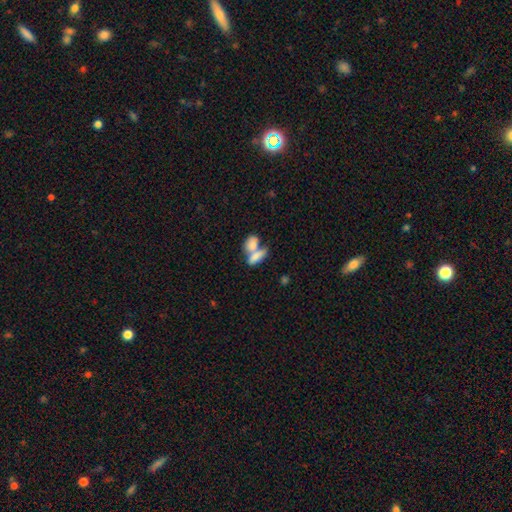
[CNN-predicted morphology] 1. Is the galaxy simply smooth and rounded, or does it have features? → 77% smooth, 16% featured or disk, 7% star or artifact.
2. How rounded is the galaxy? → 77% in between, 15% cigar-shaped, 8% round.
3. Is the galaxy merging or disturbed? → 63% merger, 25% none, 7% minor disturbance, 4% major disturbance.